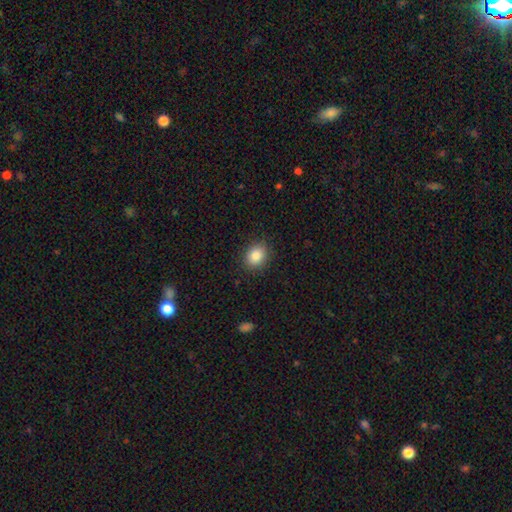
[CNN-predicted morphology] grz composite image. It shows a smooth galaxy with no disk features (85%) that is round (58%). Merging: none (88%).